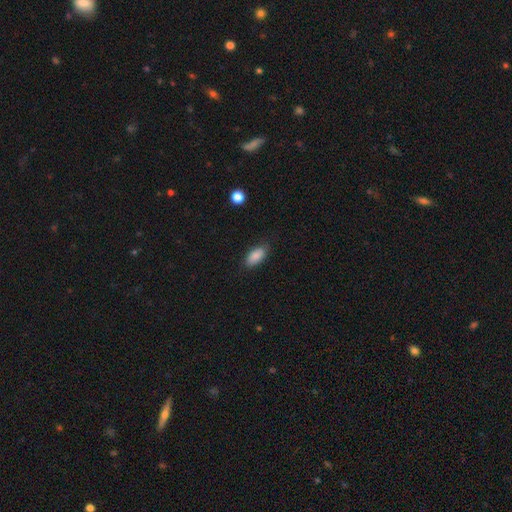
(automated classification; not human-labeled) This is clearly a smooth galaxy (88%). How rounded: clearly in between (89%). Merging: clearly none (81%).